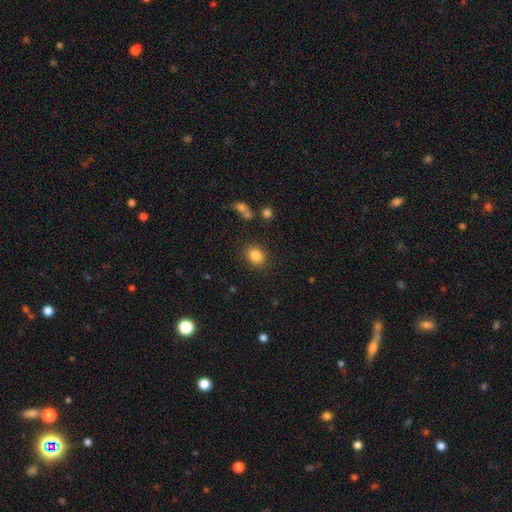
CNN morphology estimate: The model was most divided on "how rounded": round: 55%, in between: 44%, cigar-shaped: 1%. More confident: merging — none (85%); smooth or featured — smooth (84%).